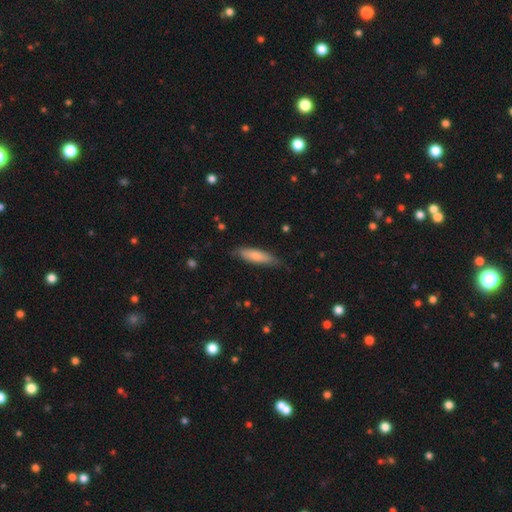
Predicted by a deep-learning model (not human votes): Q: Smooth or featured?
A: smooth (76%); runner-up: featured or disk (19%)
Q: How rounded?
A: cigar-shaped (62%); runner-up: in between (36%)
Q: Merging?
A: none (78%); runner-up: minor disturbance (18%)